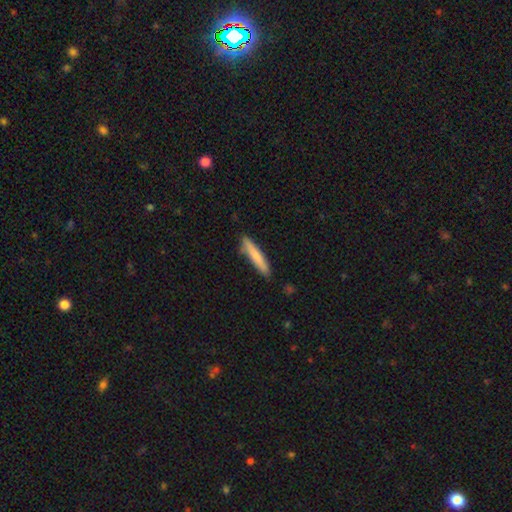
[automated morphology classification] smooth-or-featured: smooth: 75% | featured or disk: 19% | star or artifact: 6%
  how-rounded: cigar-shaped: 92% | in between: 6% | round: 1%
  merging: none: 84% | minor disturbance: 12% | merger: 2% | major disturbance: 2%